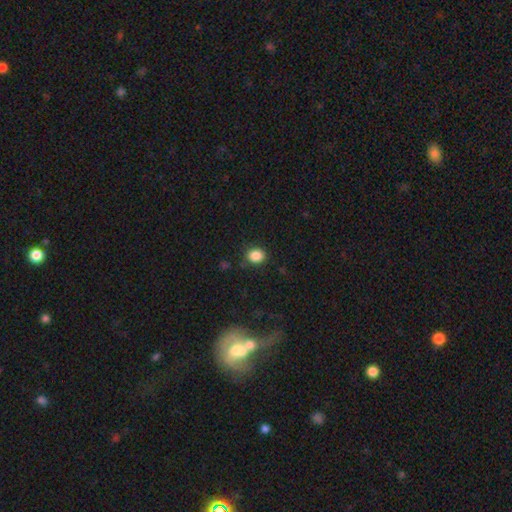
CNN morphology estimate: Q: Smooth or featured?
A: smooth (86%); runner-up: star or artifact (10%)
Q: How rounded?
A: round (56%); runner-up: in between (43%)
Q: Merging?
A: none (85%); runner-up: minor disturbance (11%)